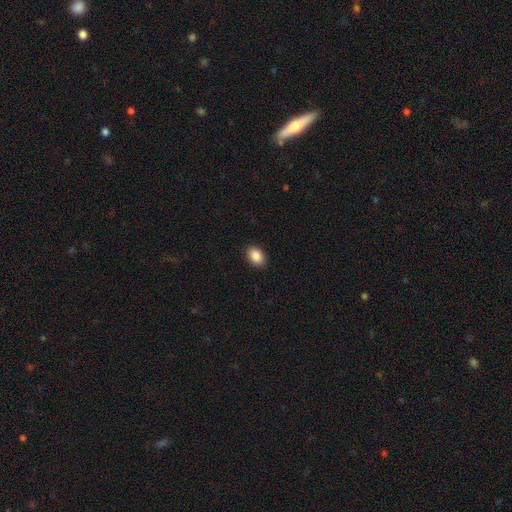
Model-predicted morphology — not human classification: Smooth or featured? Predicted: smooth (p=0.89). How rounded? Predicted: in between (p=0.79). Merging? Predicted: none (p=0.90).